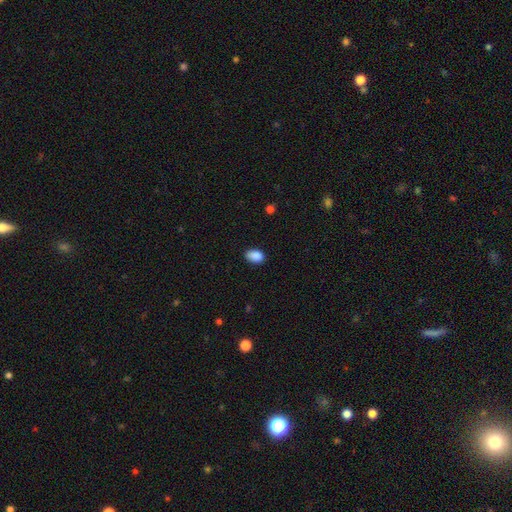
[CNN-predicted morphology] type=smooth (89%); roundness=in between (86%); merging=none (83%).